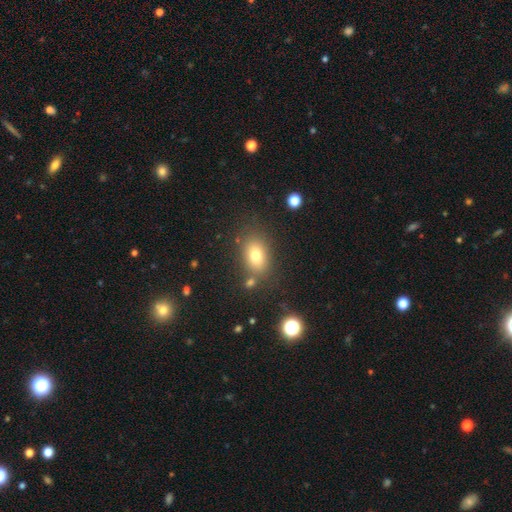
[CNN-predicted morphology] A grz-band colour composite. It shows a smooth galaxy with no disk features (76%) that is in between round and cigar-shaped (78%). Merging: none (75%).